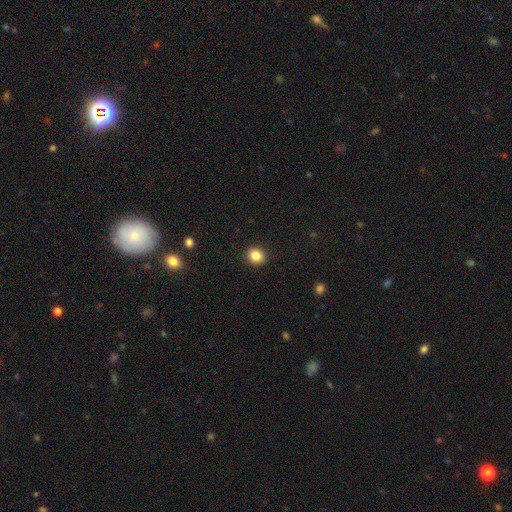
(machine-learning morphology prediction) Q: Smooth or featured?
A: smooth (85%); runner-up: star or artifact (10%)
Q: How rounded?
A: round (80%); runner-up: in between (19%)
Q: Merging?
A: none (92%); runner-up: minor disturbance (5%)